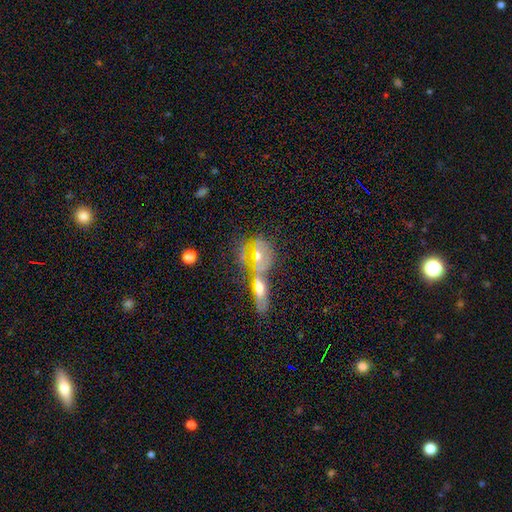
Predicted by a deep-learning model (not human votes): This appears to be a featured or disk galaxy (47%). Merging: merger (45%).